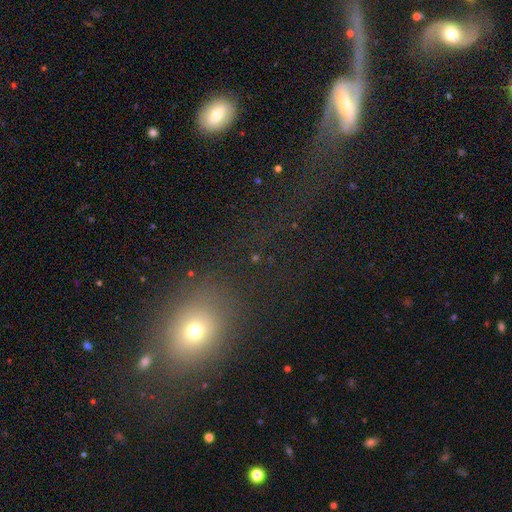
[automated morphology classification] This appears to be a smooth galaxy with no disk features (57%) that is round (55%). Merging: none (61%).